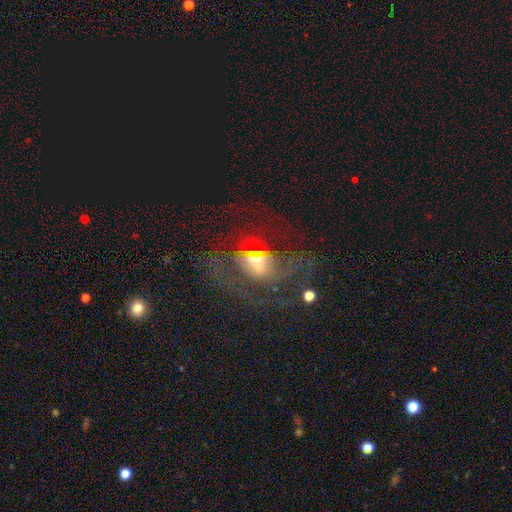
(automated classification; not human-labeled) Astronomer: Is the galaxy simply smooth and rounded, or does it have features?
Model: featured or disk — 64%.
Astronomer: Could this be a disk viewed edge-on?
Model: no — 95%.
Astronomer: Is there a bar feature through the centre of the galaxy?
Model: no — 51% (runner-up: weak, 35%).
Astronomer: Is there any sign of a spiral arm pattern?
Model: yes — 65%.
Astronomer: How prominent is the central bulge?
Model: moderate — 51% (runner-up: small, 37%).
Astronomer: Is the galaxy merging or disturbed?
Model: none — 45% (runner-up: major disturbance, 33%).